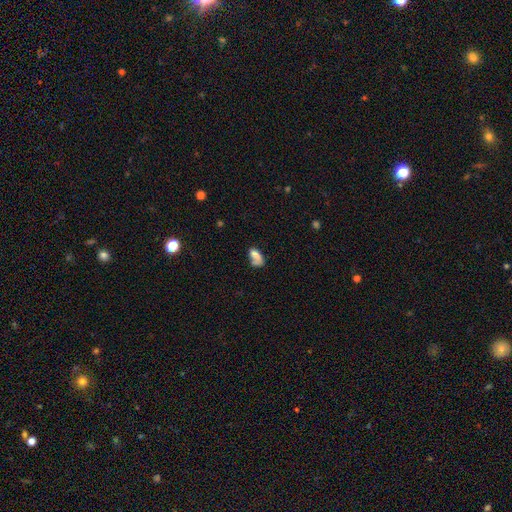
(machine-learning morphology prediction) This is likely a smooth galaxy (70%). How rounded: clearly in between (87%). Merging: marginally none (36%).